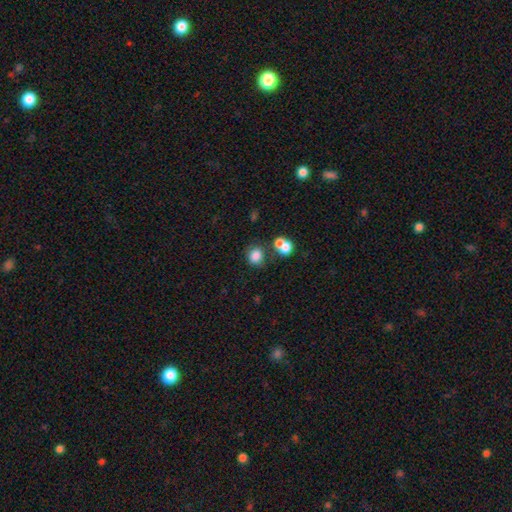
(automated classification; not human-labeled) Smooth or featured: smooth — 80% (star or artifact — 12%)
How rounded: round — 70% (in between — 29%)
Merging: none — 59% (merger — 24%)